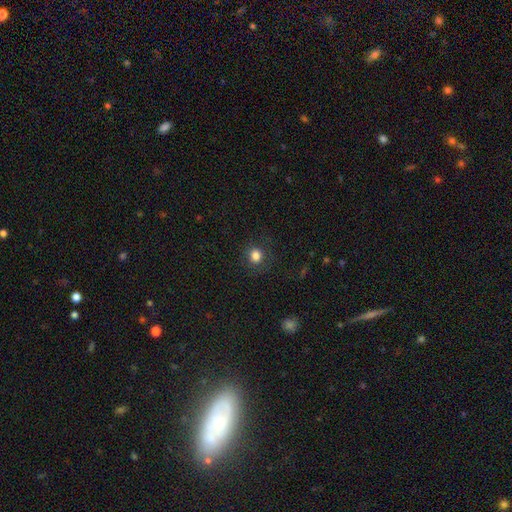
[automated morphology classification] smooth-or-featured: smooth: 82% | star or artifact: 13% | featured or disk: 6%
  how-rounded: round: 82% | in between: 17% | cigar-shaped: 1%
  merging: none: 84% | minor disturbance: 11% | major disturbance: 5% | merger: 1%